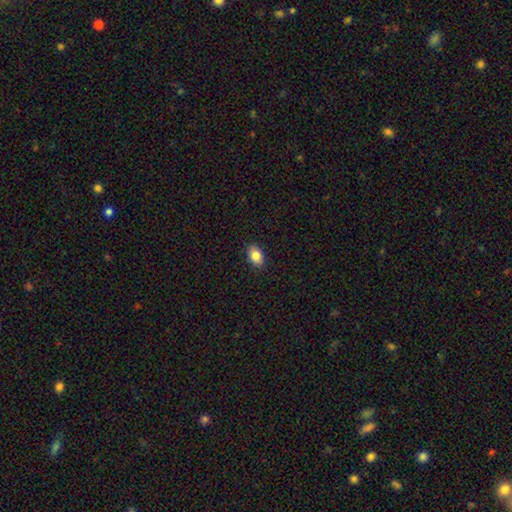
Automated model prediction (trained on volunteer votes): This is clearly a smooth galaxy (84%). How rounded: clearly in between (88%). Merging: clearly none (89%).